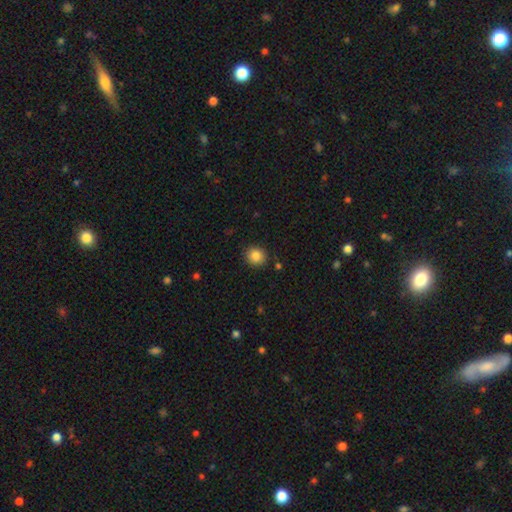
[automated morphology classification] Smooth or featured?
  - smooth: 86% *
  - star or artifact: 10%
  - featured or disk: 4%
How rounded?
  - round: 83% *
  - in between: 16%
  - cigar-shaped: 1%
Merging?
  - none: 88% *
  - minor disturbance: 8%
  - major disturbance: 2%
  - merger: 2%